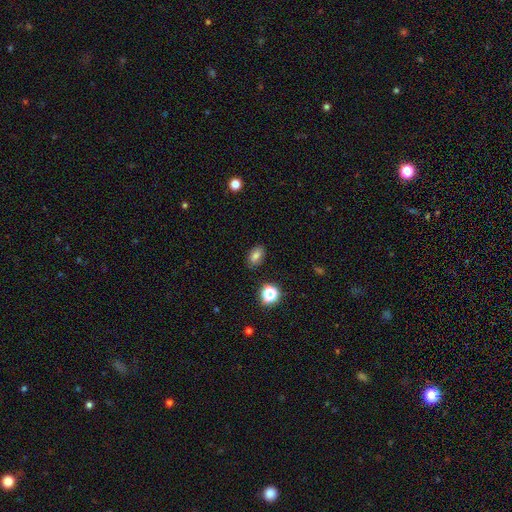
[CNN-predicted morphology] Smooth or featured?
  - smooth: 74% *
  - star or artifact: 16%
  - featured or disk: 10%
How rounded?
  - in between: 83% *
  - round: 15%
  - cigar-shaped: 2%
Merging?
  - none: 84% *
  - minor disturbance: 11%
  - major disturbance: 3%
  - merger: 2%